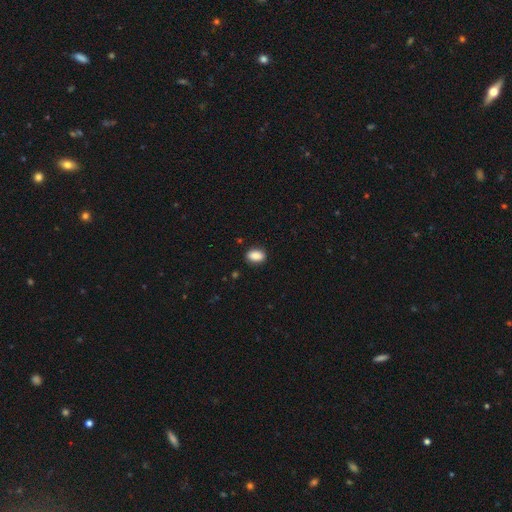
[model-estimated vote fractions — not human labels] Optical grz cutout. It shows a smooth galaxy with no disk features (88%) that is in between round and cigar-shaped (85%). Merging: none (89%).